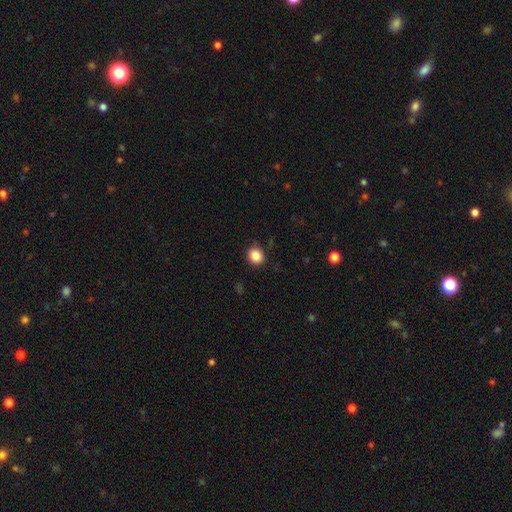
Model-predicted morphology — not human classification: Q: Smooth or featured?
A: smooth (87%); runner-up: star or artifact (10%)
Q: How rounded?
A: round (79%); runner-up: in between (20%)
Q: Merging?
A: none (86%); runner-up: minor disturbance (10%)